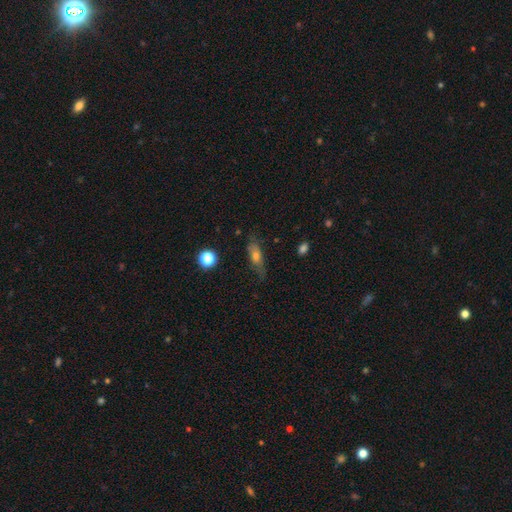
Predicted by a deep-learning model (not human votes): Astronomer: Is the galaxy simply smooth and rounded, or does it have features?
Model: smooth — 53% (runner-up: featured or disk, 35%).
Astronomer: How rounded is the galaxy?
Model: in between — 52% (runner-up: cigar-shaped, 41%).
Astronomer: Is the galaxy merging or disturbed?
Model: none — 70%.